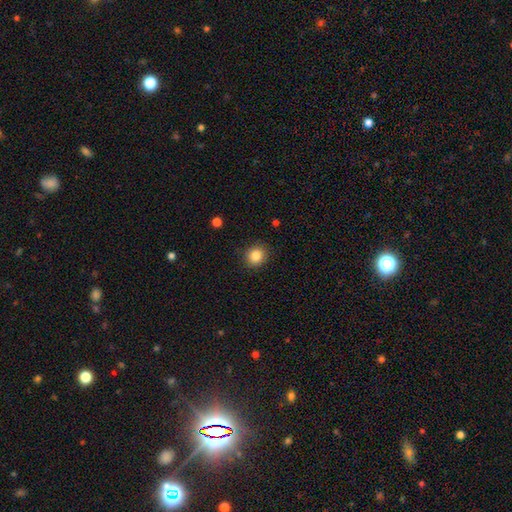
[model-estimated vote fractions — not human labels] A smooth galaxy with no disk features (85%) that is round (88%).

Vote fractions:
- Smooth or featured? smooth: 85% / star or artifact: 10% / featured or disk: 5%
- How rounded? round: 88% / in between: 11% / cigar-shaped: 1%
- Merging? none: 90% / minor disturbance: 7% / major disturbance: 2% / merger: 1%